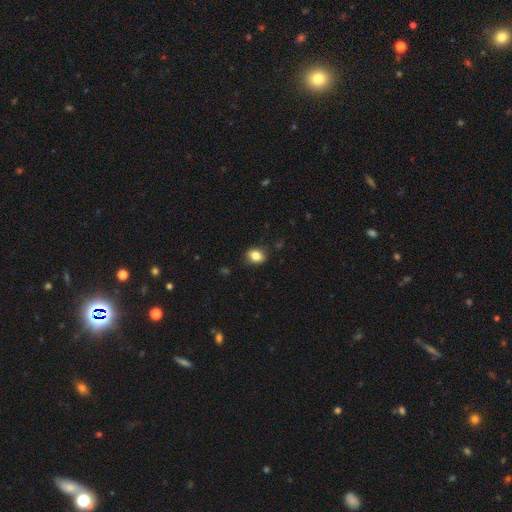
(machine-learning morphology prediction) Smooth or featured? smooth (83%)
How rounded? in between (54%)
Merging? none (86%)